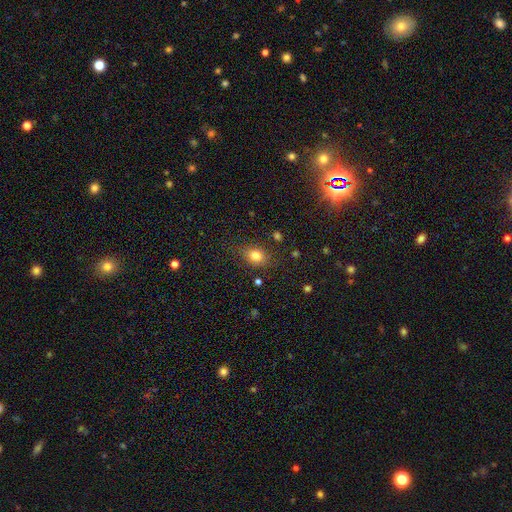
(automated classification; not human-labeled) Smooth or featured? Predicted: smooth (p=0.78). How rounded? Predicted: in between (p=0.57). Merging? Predicted: none (p=0.79).